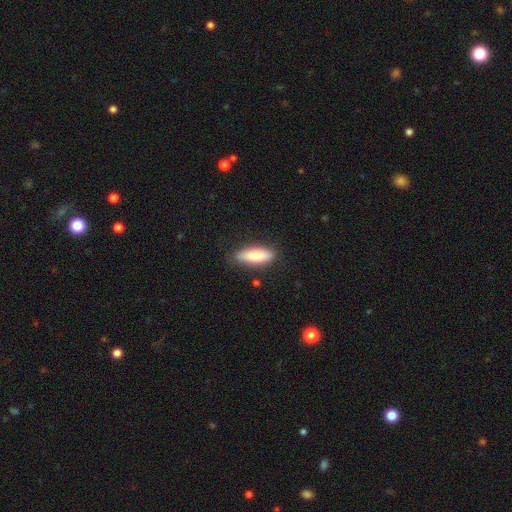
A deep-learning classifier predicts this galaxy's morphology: Smooth or featured? smooth (80%)
How rounded? in between (60%)
Merging? none (84%)